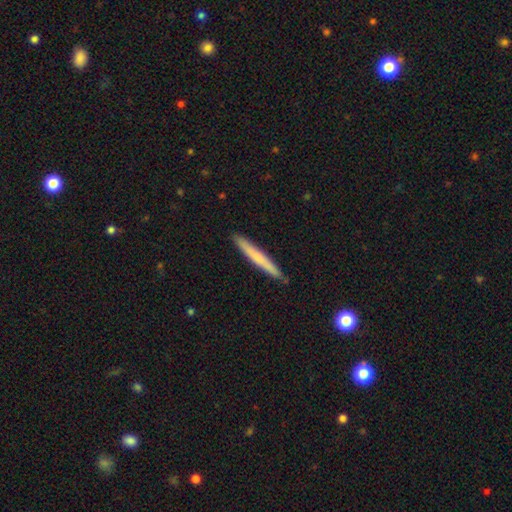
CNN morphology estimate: This is likely a smooth galaxy (66%). How rounded: clearly cigar-shaped (96%). Merging: clearly none (90%).